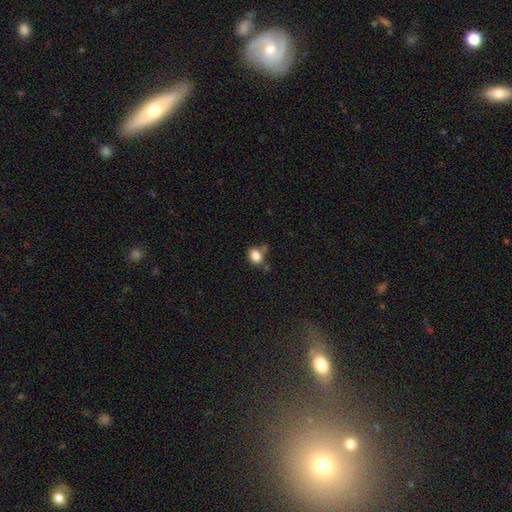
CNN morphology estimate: Smooth or featured: smooth — 83% (star or artifact — 11%)
How rounded: in between — 57% (round — 42%)
Merging: none — 58% (minor disturbance — 21%)